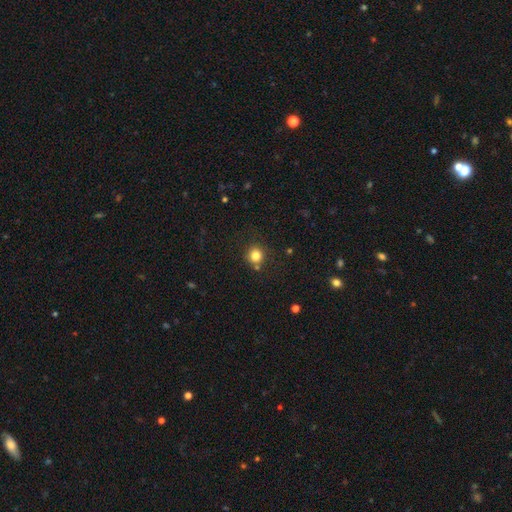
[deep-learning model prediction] Smooth or featured? smooth (81%)
How rounded? round (91%)
Merging? none (80%)